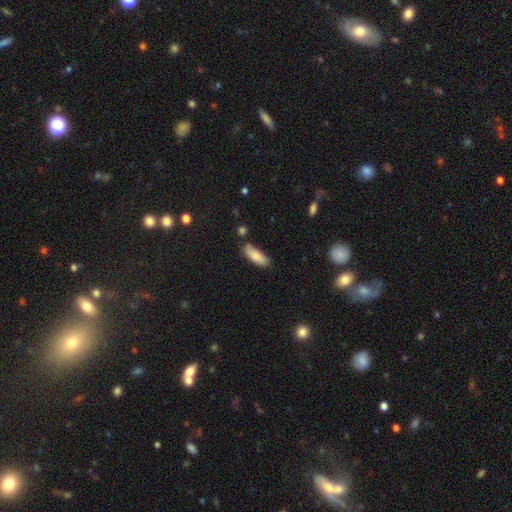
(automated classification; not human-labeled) Q: Smooth or featured?
A: smooth (83%); runner-up: featured or disk (11%)
Q: How rounded?
A: in between (65%); runner-up: cigar-shaped (33%)
Q: Merging?
A: none (73%); runner-up: minor disturbance (19%)